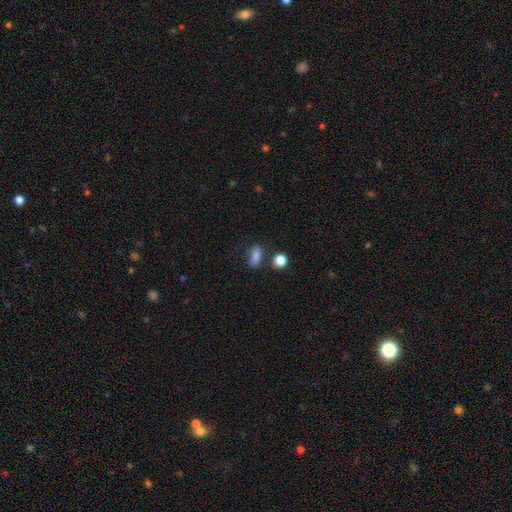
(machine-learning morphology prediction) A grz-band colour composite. It shows a smooth galaxy with no disk features (82%) that is in between round and cigar-shaped (80%). Merging: none (63%).